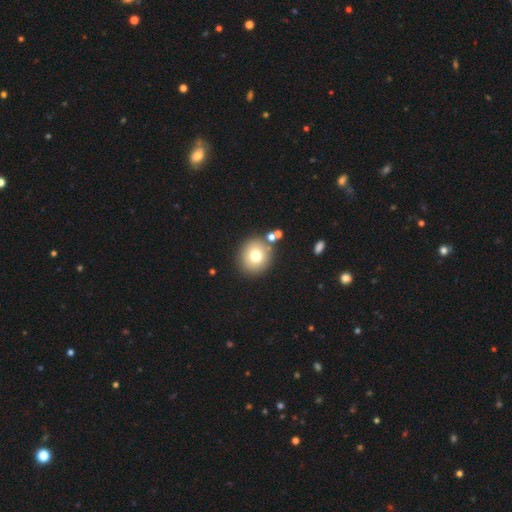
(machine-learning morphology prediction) A smooth galaxy with no disk features (72%) that is round (83%).

Vote fractions:
- Smooth or featured? smooth: 72% / featured or disk: 15% / star or artifact: 13%
- How rounded? round: 83% / in between: 16% / cigar-shaped: 1%
- Merging? none: 81% / merger: 8% / minor disturbance: 8% / major disturbance: 3%